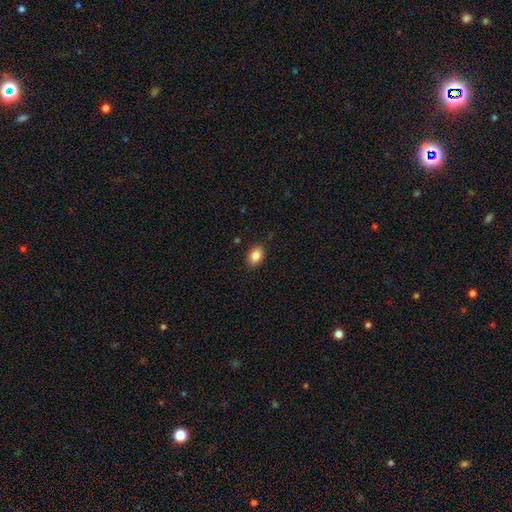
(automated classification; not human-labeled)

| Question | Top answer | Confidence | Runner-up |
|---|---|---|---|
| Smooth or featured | smooth | 86% | star or artifact (8%) |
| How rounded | in between | 86% | round (13%) |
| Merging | none | 87% | minor disturbance (10%) |